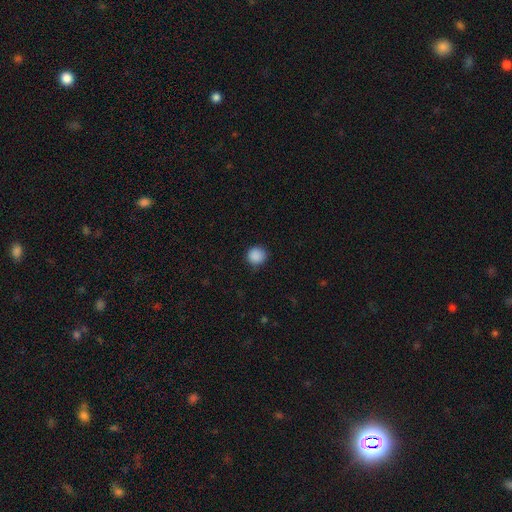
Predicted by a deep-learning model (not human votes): Q: Smooth or featured?
A: smooth (88%); runner-up: star or artifact (9%)
Q: How rounded?
A: round (93%); runner-up: in between (6%)
Q: Merging?
A: none (86%); runner-up: minor disturbance (11%)